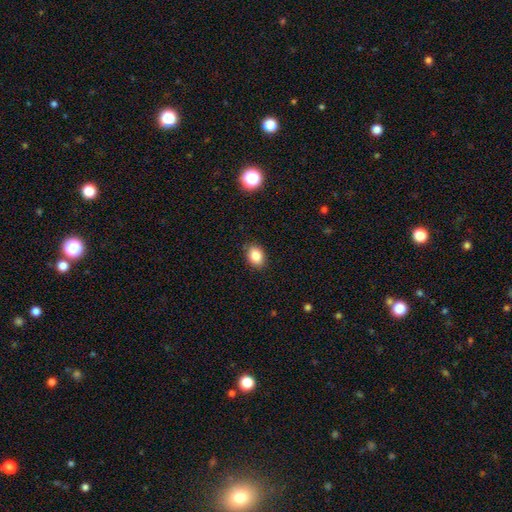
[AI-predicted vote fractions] smooth-or-featured: smooth: 86% | star or artifact: 9% | featured or disk: 5%
  how-rounded: in between: 73% | round: 26% | cigar-shaped: 1%
  merging: none: 87% | minor disturbance: 9% | major disturbance: 2% | merger: 1%